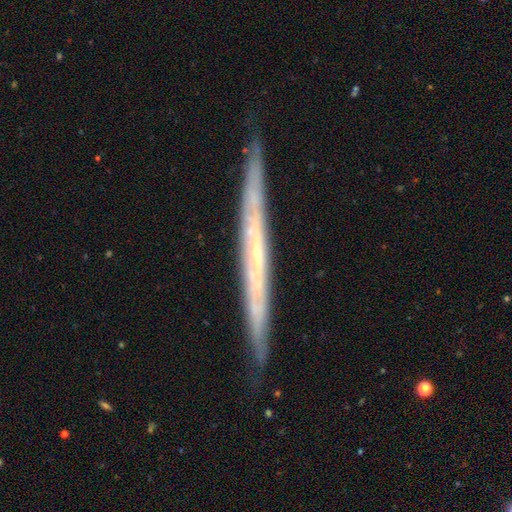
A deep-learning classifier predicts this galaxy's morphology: Smooth or featured? featured or disk (72%)
Edge-on disk? yes (93%)
Edge-on bulge? none (81%)
Merging? none (88%)